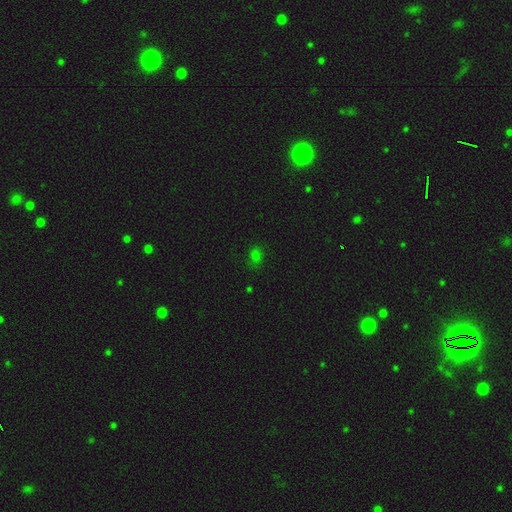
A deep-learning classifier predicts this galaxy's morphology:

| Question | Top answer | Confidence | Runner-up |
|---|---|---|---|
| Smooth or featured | smooth | 69% | star or artifact (25%) |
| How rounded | in between | 54% | round (44%) |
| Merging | none | 77% | minor disturbance (16%) |